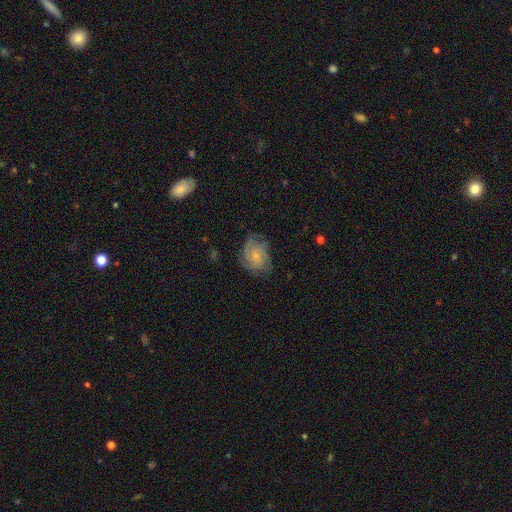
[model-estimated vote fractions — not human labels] Q: Smooth or featured?
A: featured or disk (58%); runner-up: smooth (34%)
Q: Edge-on disk?
A: no (98%); runner-up: yes (2%)
Q: Bar?
A: no (71%); runner-up: weak (25%)
Q: Spiral arms?
A: yes (87%); runner-up: no (13%)
Q: Bulge size?
A: small (67%); runner-up: moderate (21%)
Q: Merging?
A: none (60%); runner-up: minor disturbance (27%)